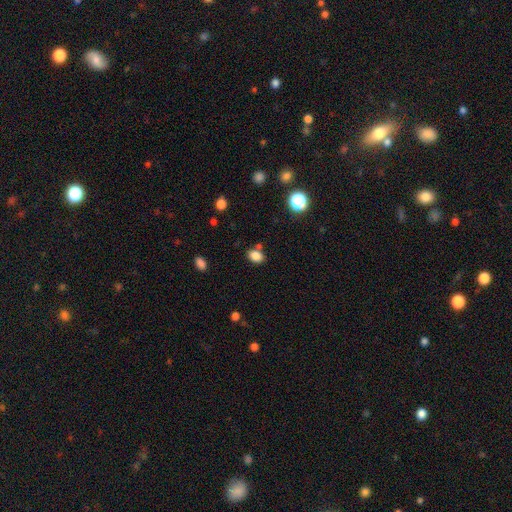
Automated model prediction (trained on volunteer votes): Smooth or featured: smooth — 84% (star or artifact — 11%)
How rounded: in between — 71% (round — 28%)
Merging: none — 73% (minor disturbance — 13%)